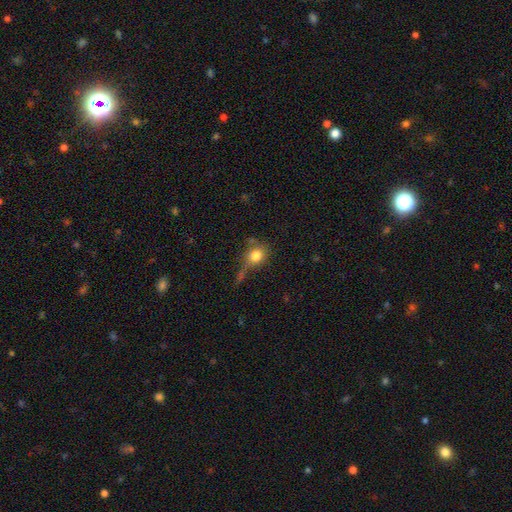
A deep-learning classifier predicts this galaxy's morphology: type=smooth (79%); roundness=round (66%); merging=none (50%).